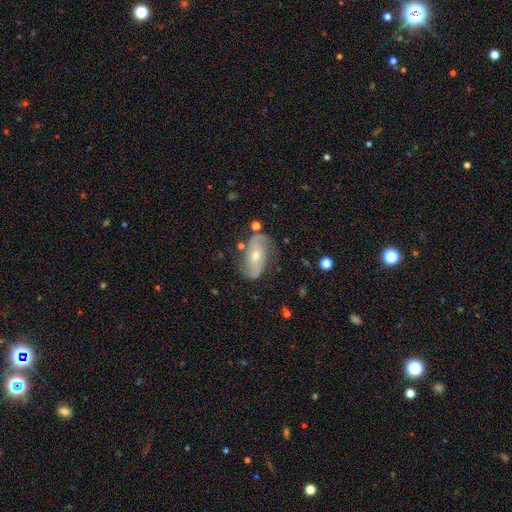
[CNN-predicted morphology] This appears to be a featured or disk galaxy (71%) with no bar (57%), 2 (83%) loose (43%) spiral arms (85%) and a moderate central bulge (50%). Merging: none (69%).